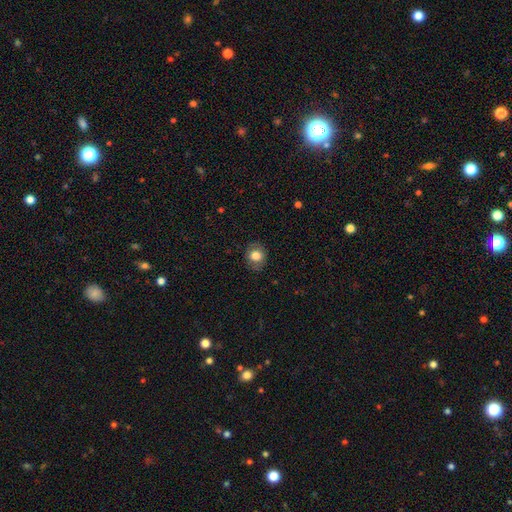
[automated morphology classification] Smooth or featured? Predicted: smooth (p=0.75). How rounded? Predicted: round (p=0.67). Merging? Predicted: none (p=0.82).